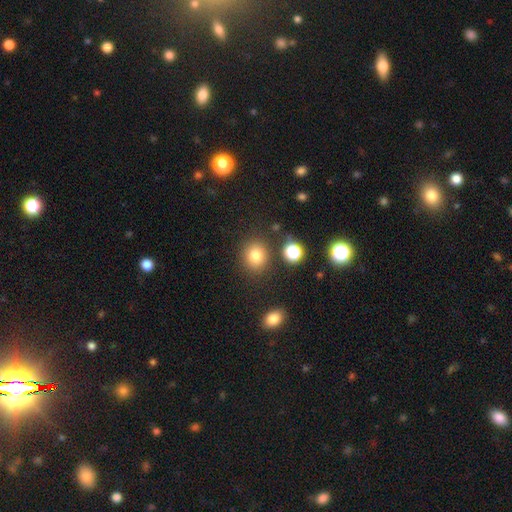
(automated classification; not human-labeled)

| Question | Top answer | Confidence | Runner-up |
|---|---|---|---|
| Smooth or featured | smooth | 80% | star or artifact (13%) |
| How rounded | round | 74% | in between (25%) |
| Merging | none | 82% | minor disturbance (10%) |